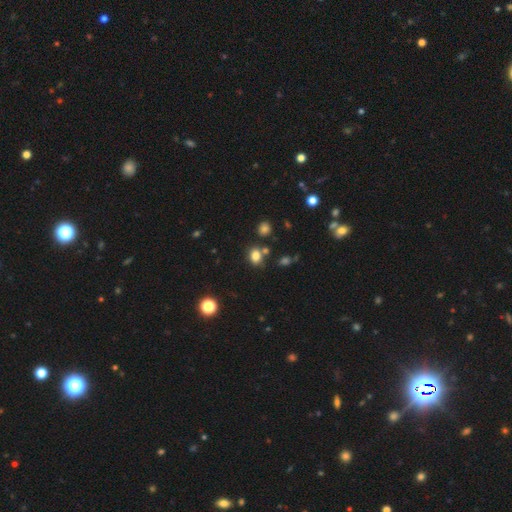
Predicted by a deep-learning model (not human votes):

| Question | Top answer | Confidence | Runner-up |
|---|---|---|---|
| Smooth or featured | smooth | 80% | star or artifact (14%) |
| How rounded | in between | 60% | round (39%) |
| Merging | none | 70% | merger (13%) |